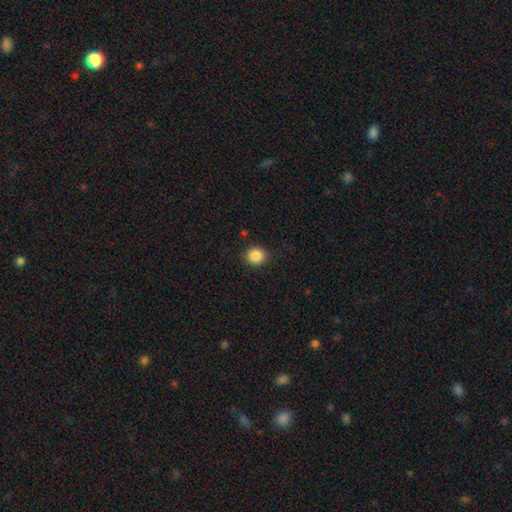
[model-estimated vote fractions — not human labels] Smooth or featured?
  - smooth: 87% *
  - star or artifact: 10%
  - featured or disk: 3%
How rounded?
  - round: 85% *
  - in between: 14%
  - cigar-shaped: 1%
Merging?
  - none: 89% *
  - minor disturbance: 7%
  - major disturbance: 2%
  - merger: 1%